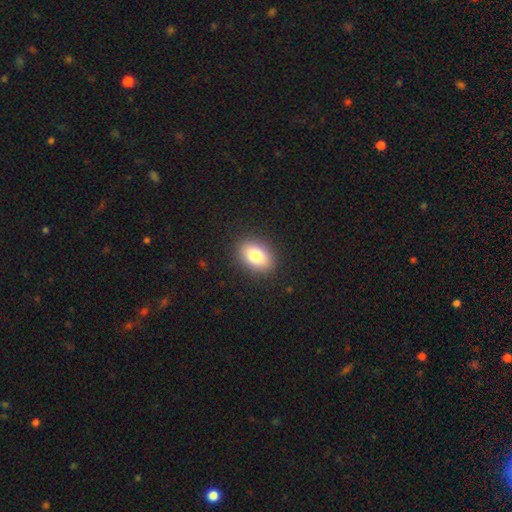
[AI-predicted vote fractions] A smooth galaxy with no disk features (81%) that is in between round and cigar-shaped (80%). Merging: none (89%).